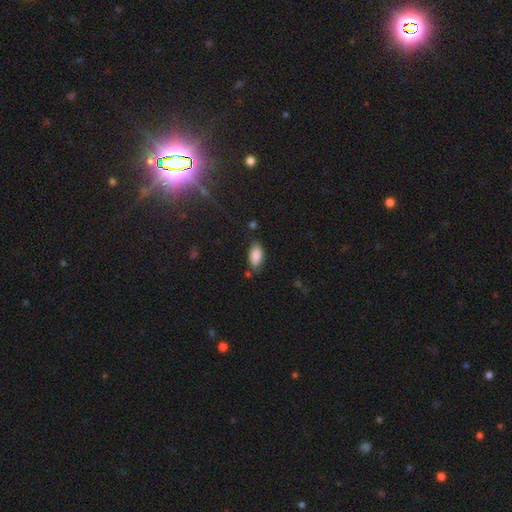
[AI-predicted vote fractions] This appears to be a smooth galaxy with no disk features (87%) that is in between round and cigar-shaped (93%). Merging: none (71%).